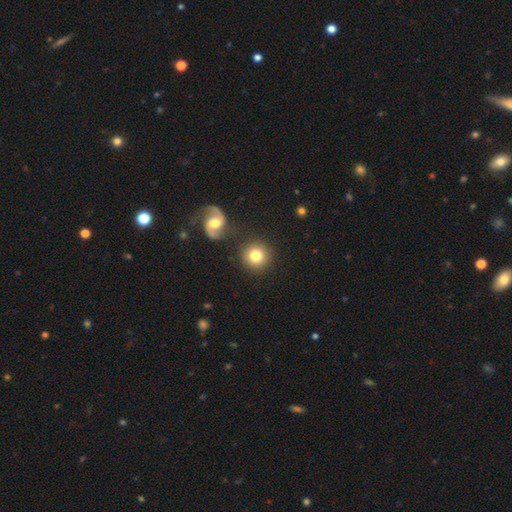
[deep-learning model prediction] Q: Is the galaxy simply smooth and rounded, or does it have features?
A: smooth — 79%.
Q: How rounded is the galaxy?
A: round — 93%.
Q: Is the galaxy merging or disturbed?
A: none — 82%.